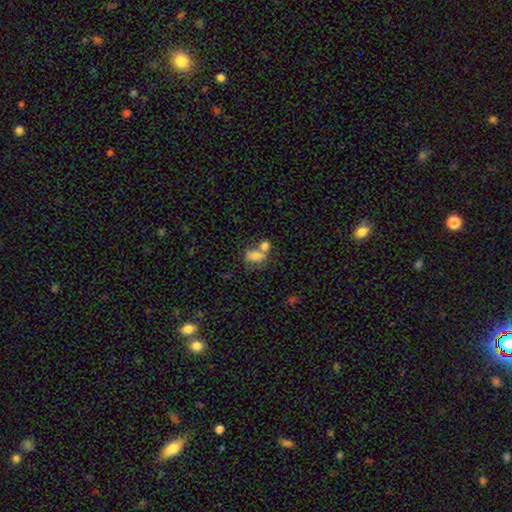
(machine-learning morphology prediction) type=smooth (71%); roundness=in between (78%); merging=merger (54%).